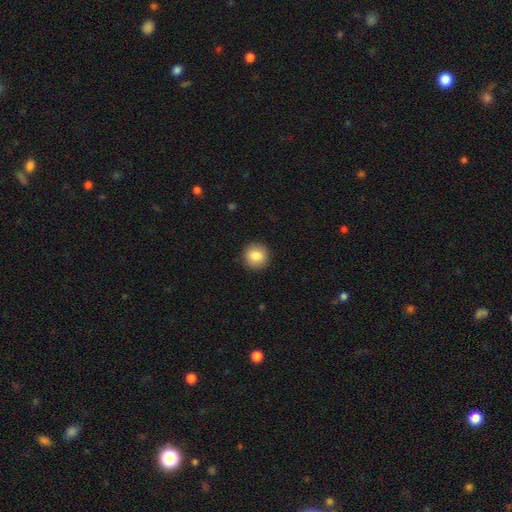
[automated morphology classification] Q: Smooth or featured?
A: smooth (86%); runner-up: star or artifact (8%)
Q: How rounded?
A: round (92%); runner-up: in between (7%)
Q: Merging?
A: none (91%); runner-up: minor disturbance (6%)